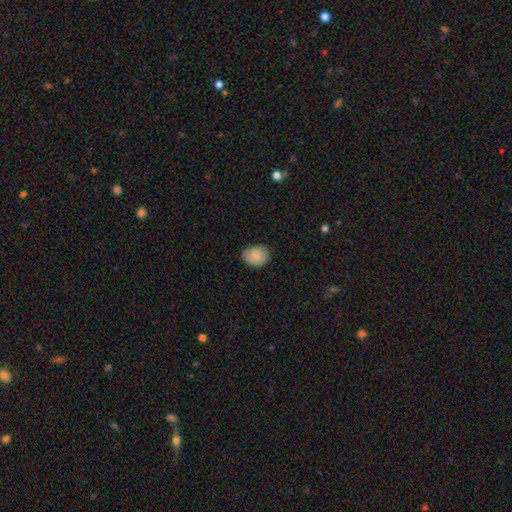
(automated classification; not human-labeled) This is clearly a smooth galaxy (87%). How rounded: possibly in between (50%). Merging: likely none (78%).